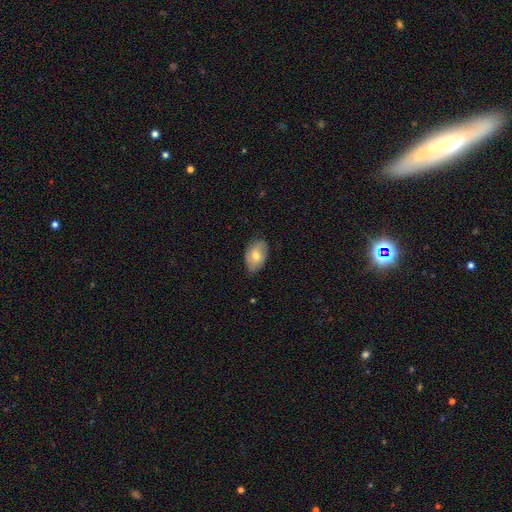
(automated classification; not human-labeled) Q: Smooth or featured?
A: smooth (68%); runner-up: featured or disk (25%)
Q: How rounded?
A: in between (89%); runner-up: round (10%)
Q: Merging?
A: none (75%); runner-up: minor disturbance (21%)